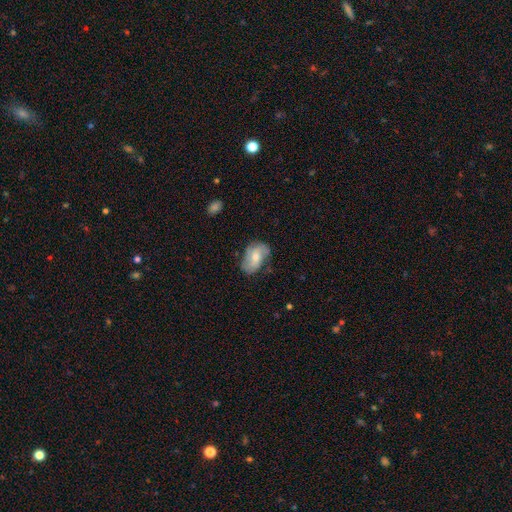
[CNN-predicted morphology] smooth 47%, featured or disk 46%, star or artifact 7%. Down the decision tree: merging — none (62%).